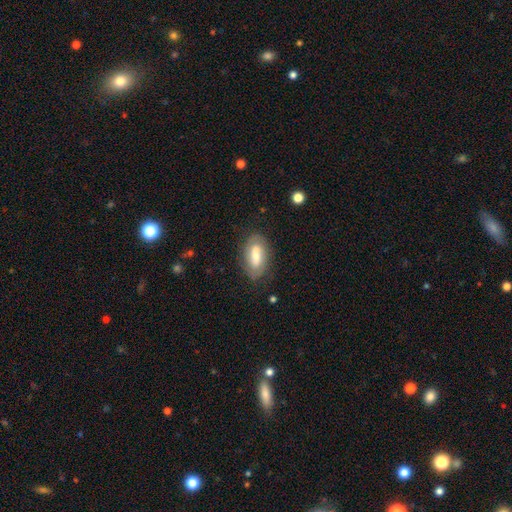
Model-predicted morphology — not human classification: Overall: smooth (52%; featured or disk 41%). How rounded: in between (89%). Merging: none (74%).